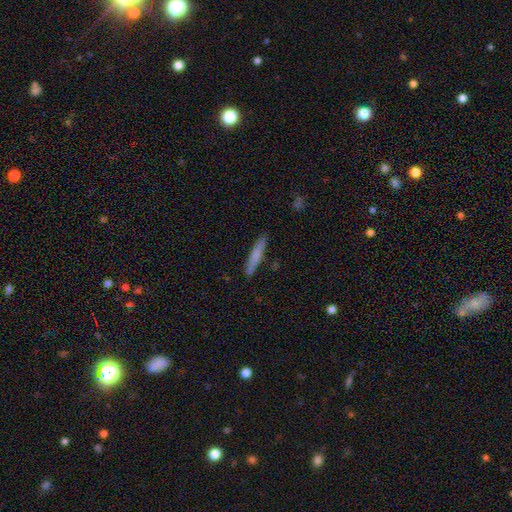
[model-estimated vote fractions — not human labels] Q: Smooth or featured?
A: smooth (72%); runner-up: featured or disk (22%)
Q: How rounded?
A: cigar-shaped (93%); runner-up: in between (6%)
Q: Merging?
A: none (86%); runner-up: minor disturbance (10%)